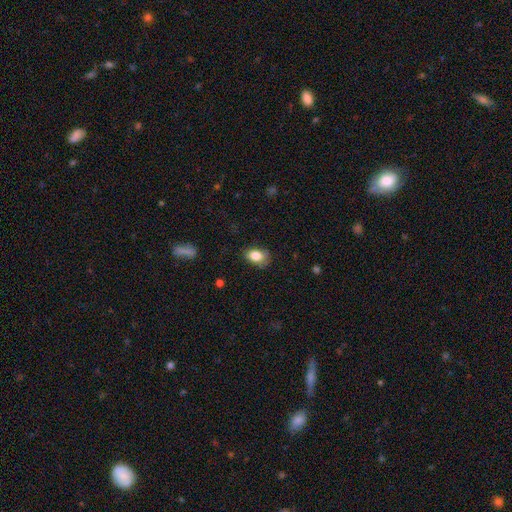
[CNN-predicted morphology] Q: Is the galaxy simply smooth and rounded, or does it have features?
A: smooth — 82%.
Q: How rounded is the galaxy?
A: in between — 76%.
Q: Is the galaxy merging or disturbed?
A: none — 65%.